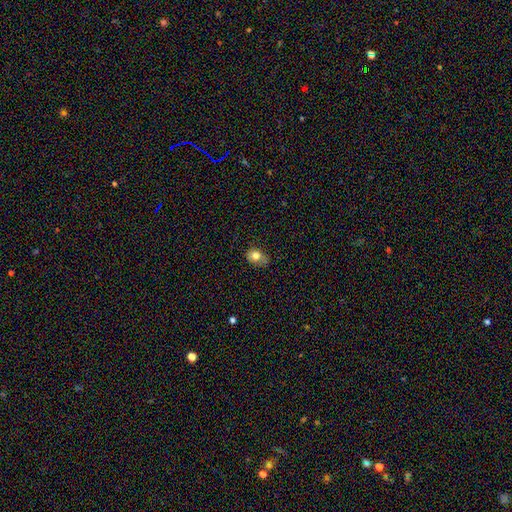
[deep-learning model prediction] Q: Smooth or featured?
A: smooth (78%); runner-up: featured or disk (12%)
Q: How rounded?
A: in between (63%); runner-up: round (36%)
Q: Merging?
A: none (60%); runner-up: minor disturbance (31%)